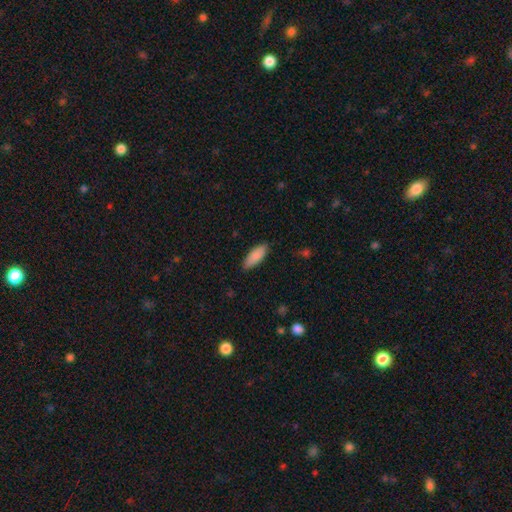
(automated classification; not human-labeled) Morphology: type=smooth (88%); roundness=in between (71%); merging=none (86%).